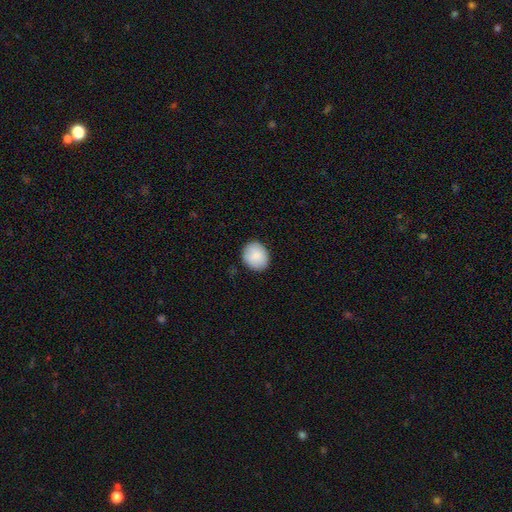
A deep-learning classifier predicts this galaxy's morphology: Smooth or featured: smooth — 86% (featured or disk — 8%)
How rounded: round — 68% (in between — 31%)
Merging: none — 87% (minor disturbance — 10%)